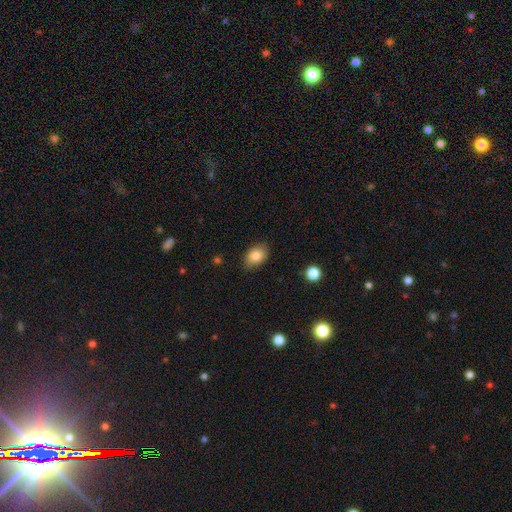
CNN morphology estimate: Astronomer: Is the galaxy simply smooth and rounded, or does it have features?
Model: smooth — 85%.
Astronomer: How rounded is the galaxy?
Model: in between — 79%.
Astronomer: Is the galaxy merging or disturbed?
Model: none — 80%.